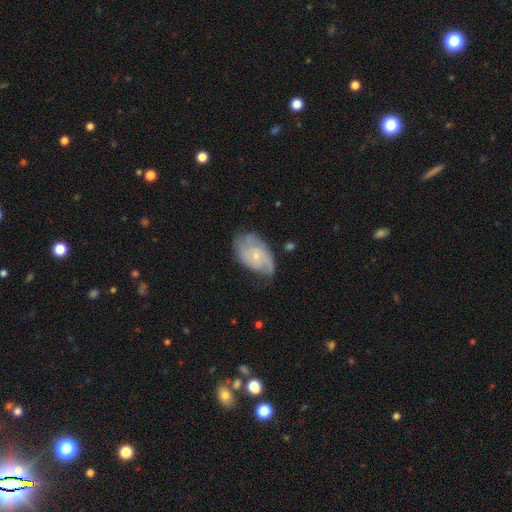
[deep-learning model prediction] Overall: featured or disk (72%). Edge-on disk: no (96%). Bar: no (73%). Spiral arms: yes (89%). Spiral arm count: 2 (50%; can't tell 27%). Spiral winding: medium (41%; tight 38%). Bulge size: small (72%). Merging: none (56%; minor disturbance 30%).